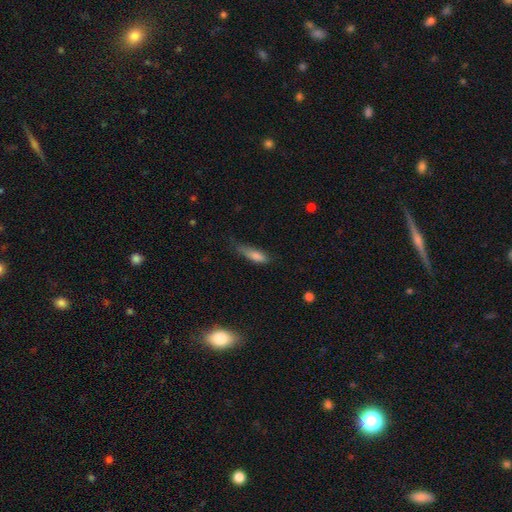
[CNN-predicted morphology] This appears to be a smooth galaxy with no disk features (80%) that is cigar-shaped (59%). Merging: none (49%).